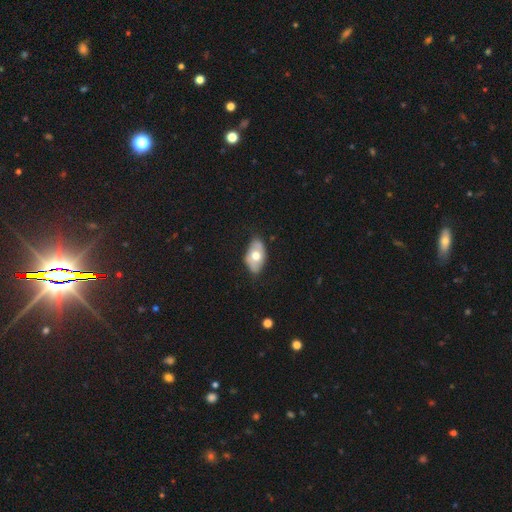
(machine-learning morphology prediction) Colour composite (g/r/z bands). It shows a smooth galaxy with no disk features (56%) that is in between round and cigar-shaped (91%). Merging: none (75%).